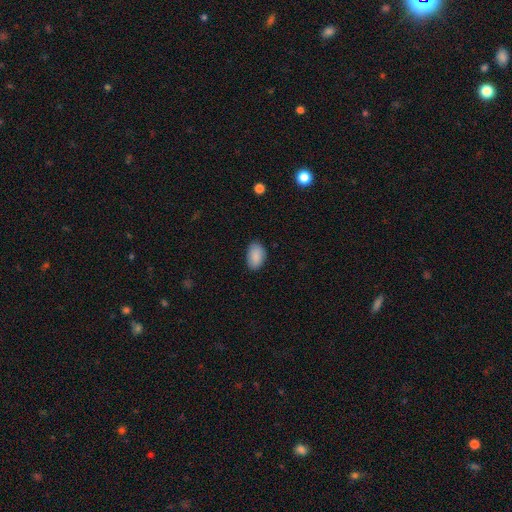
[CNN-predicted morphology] A smooth galaxy with no disk features (89%) that is in between round and cigar-shaped (92%).

Vote fractions:
- Smooth or featured? smooth: 89% / star or artifact: 7% / featured or disk: 4%
- How rounded? in between: 92% / round: 7% / cigar-shaped: 1%
- Merging? none: 83% / minor disturbance: 13% / major disturbance: 3% / merger: 1%